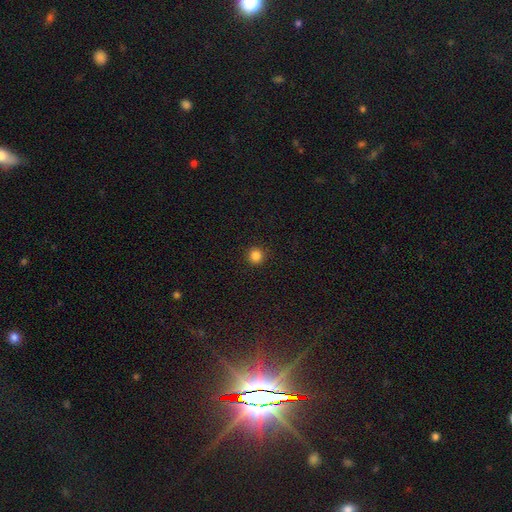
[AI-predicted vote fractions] Smooth or featured: smooth — 84% (star or artifact — 12%)
How rounded: round — 95% (in between — 4%)
Merging: none — 93% (minor disturbance — 4%)